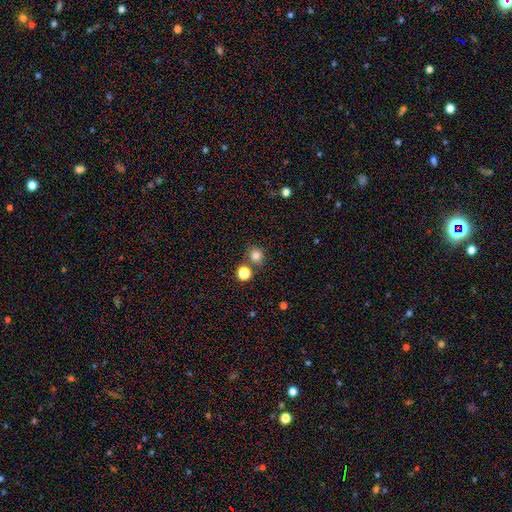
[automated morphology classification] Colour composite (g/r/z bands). It shows a smooth galaxy with no disk features (81%) that is round (85%). Merging: none (74%).